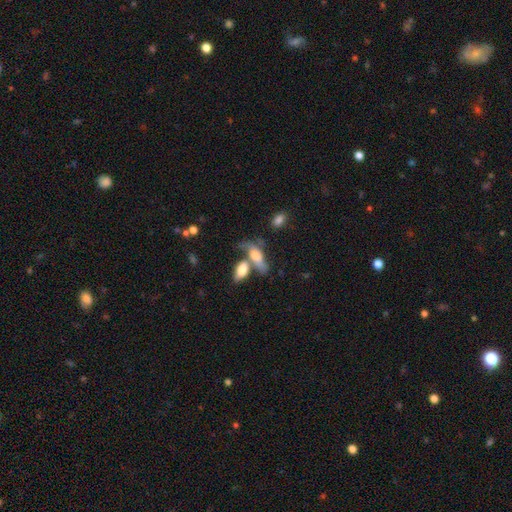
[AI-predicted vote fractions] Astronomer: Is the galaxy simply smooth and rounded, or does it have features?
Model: smooth — 58% (runner-up: featured or disk, 33%).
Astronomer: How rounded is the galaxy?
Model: in between — 70%.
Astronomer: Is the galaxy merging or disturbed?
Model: merger — 46% (runner-up: none, 28%).